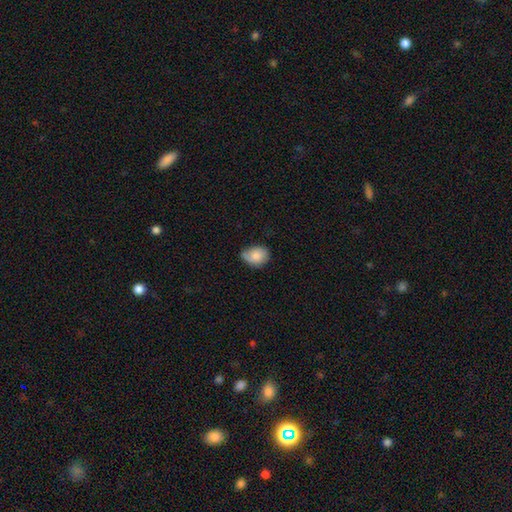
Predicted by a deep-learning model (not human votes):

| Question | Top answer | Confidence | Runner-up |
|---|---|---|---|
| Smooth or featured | smooth | 80% | featured or disk (12%) |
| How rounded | in between | 58% | round (41%) |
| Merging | none | 48% | minor disturbance (39%) |